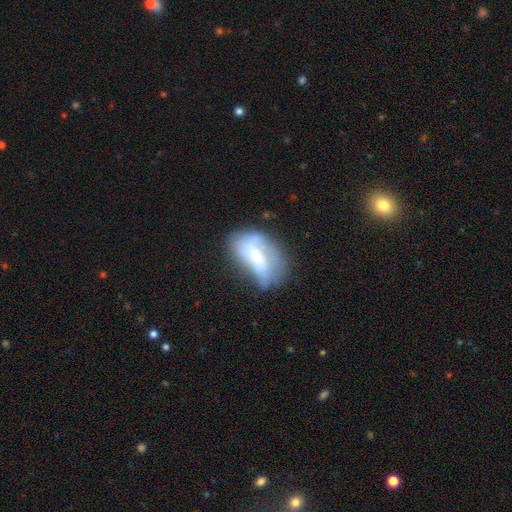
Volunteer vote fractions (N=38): Smooth or featured? featured or disk (58%)
Edge-on disk? no (73%)
Bar? no (50%)
Spiral arms? no (69%)
Bulge size? moderate (44%, tied with small)
Merging? minor disturbance (40%)